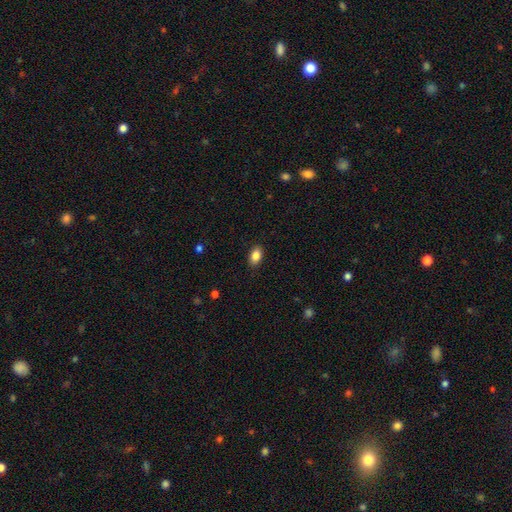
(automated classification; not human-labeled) smooth-or-featured: smooth: 86% | star or artifact: 8% | featured or disk: 6%
  how-rounded: in between: 91% | round: 7% | cigar-shaped: 2%
  merging: none: 89% | minor disturbance: 8% | major disturbance: 2% | merger: 1%